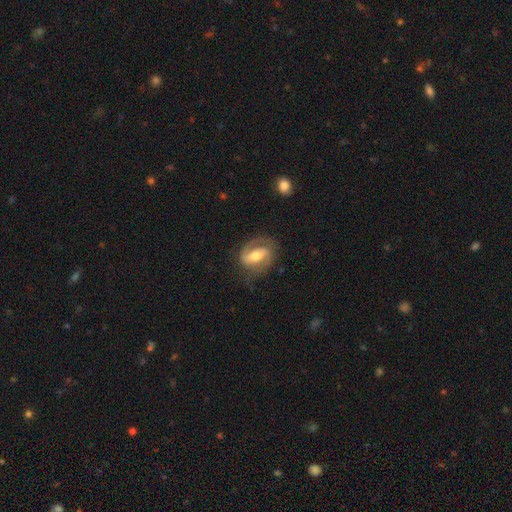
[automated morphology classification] Smooth or featured?
  - featured or disk: 78% *
  - smooth: 16%
  - star or artifact: 5%
Edge-on disk?
  - no: 96% *
  - yes: 4%
Bar?
  - strong: 50% *
  - weak: 33%
  - no: 17%
Spiral arms?
  - yes: 90% *
  - no: 10%
Spiral winding?
  - medium: 48% *
  - tight: 32%
  - loose: 20%
Spiral arm count?
  - 2: 82% *
  - 1: 9%
  - can't tell: 6%
  - 3: 1%
  - 4: 1%
  - more than 4: 1%
Bulge size?
  - moderate: 64% *
  - small: 23%
  - large: 10%
  - none: 2%
  - dominant: 1%
Merging?
  - none: 71% *
  - minor disturbance: 17%
  - major disturbance: 10%
  - merger: 1%